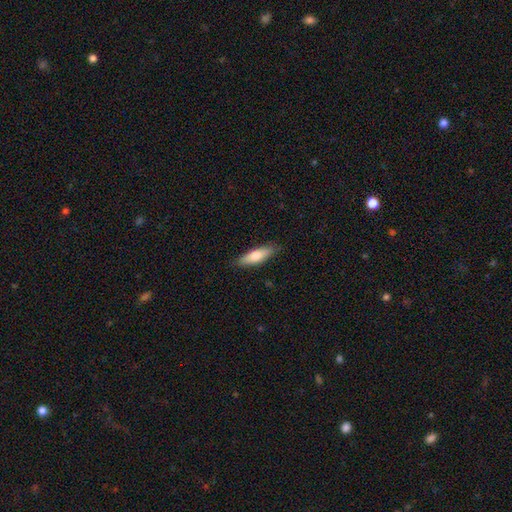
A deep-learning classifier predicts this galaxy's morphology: smooth 69%, featured or disk 25%, star or artifact 6%. Down the decision tree: how rounded — cigar-shaped (54%); merging — none (87%).